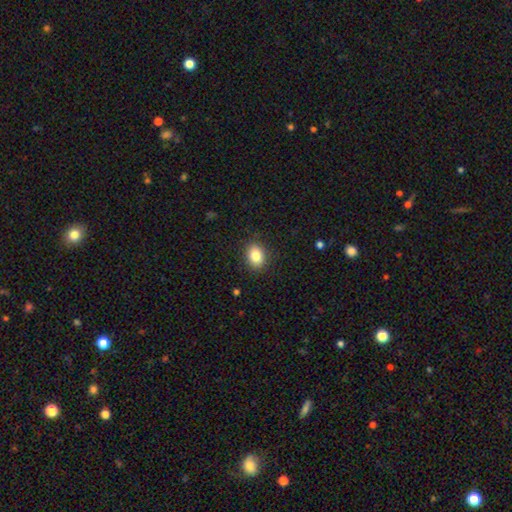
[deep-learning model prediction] A smooth galaxy with no disk features (84%) that is in between round and cigar-shaped (68%). Merging: none (88%).